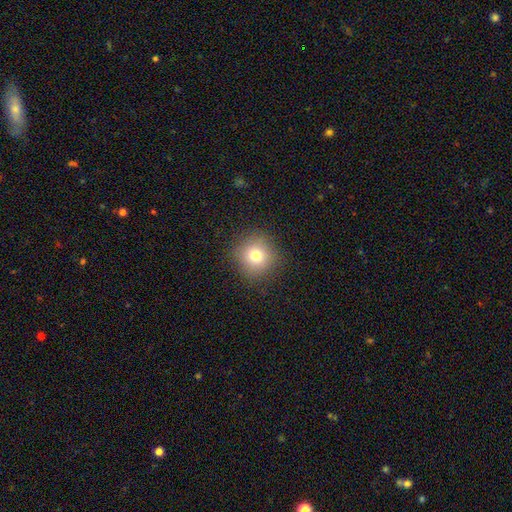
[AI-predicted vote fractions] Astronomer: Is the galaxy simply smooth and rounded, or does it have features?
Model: smooth — 76%.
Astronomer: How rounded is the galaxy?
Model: round — 93%.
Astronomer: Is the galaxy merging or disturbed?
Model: none — 89%.